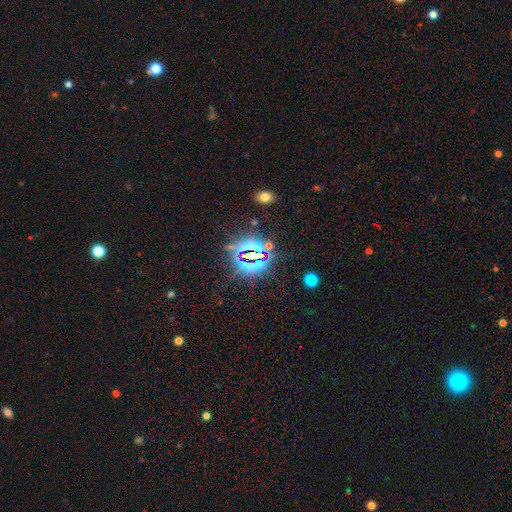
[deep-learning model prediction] A star or artifact, not a galaxy (80%).